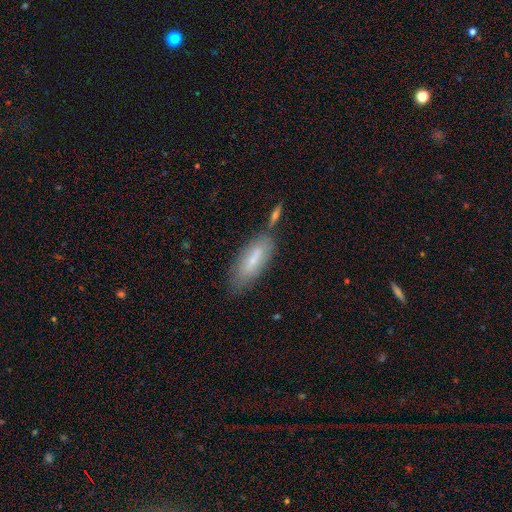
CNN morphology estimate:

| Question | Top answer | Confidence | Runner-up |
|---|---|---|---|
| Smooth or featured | smooth | 63% | featured or disk (29%) |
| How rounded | in between | 60% | cigar-shaped (38%) |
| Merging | none | 64% | minor disturbance (17%) |